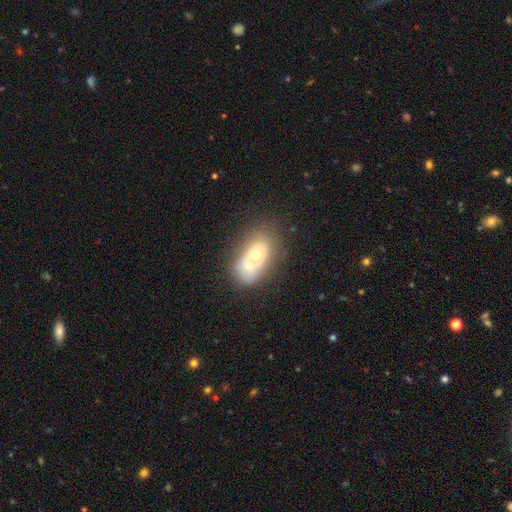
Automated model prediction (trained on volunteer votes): A smooth galaxy with no disk features (52%) that is in between round and cigar-shaped (78%). Merging: merger (61%).